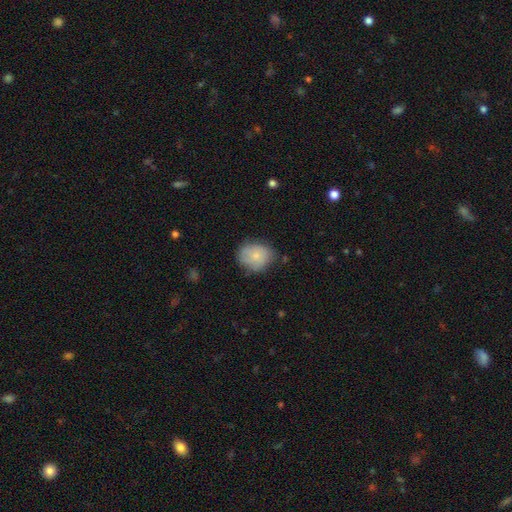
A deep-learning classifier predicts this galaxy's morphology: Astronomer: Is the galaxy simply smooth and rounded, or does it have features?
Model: smooth — 78%.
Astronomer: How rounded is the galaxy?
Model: round — 50% (runner-up: in between, 49%).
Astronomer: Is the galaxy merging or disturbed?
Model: none — 67%.